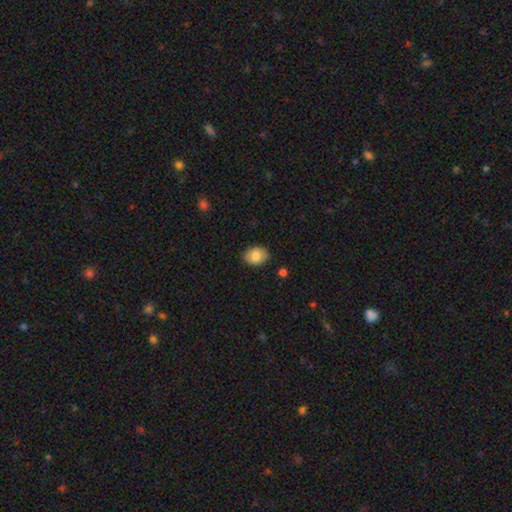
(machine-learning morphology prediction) type=smooth (82%); roundness=in between (74%); merging=none (87%).